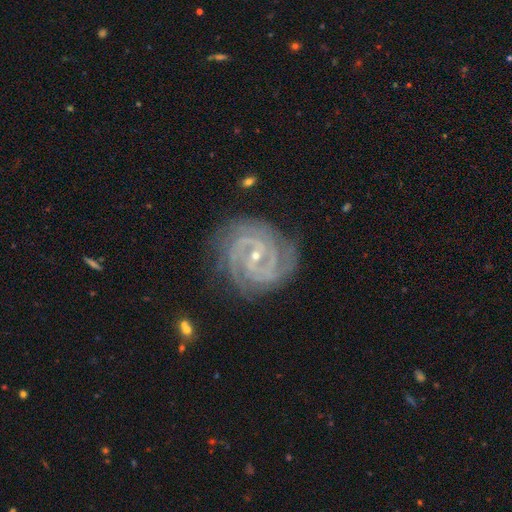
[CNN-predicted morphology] Overall: featured or disk (91%). Edge-on disk: no (98%). Bar: weak (41%; no 33%). Spiral arms: yes (99%). Spiral arm count: 2 (32%; 3 26%). Spiral winding: tight (75%). Bulge size: small (74%). Merging: none (80%).